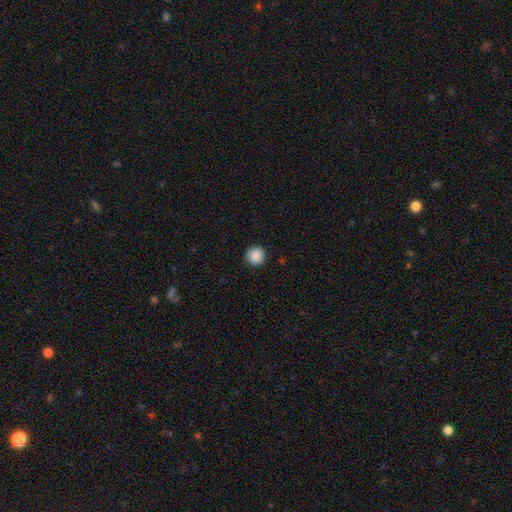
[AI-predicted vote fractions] This is clearly a smooth galaxy (88%). How rounded: clearly round (94%). Merging: clearly none (89%).